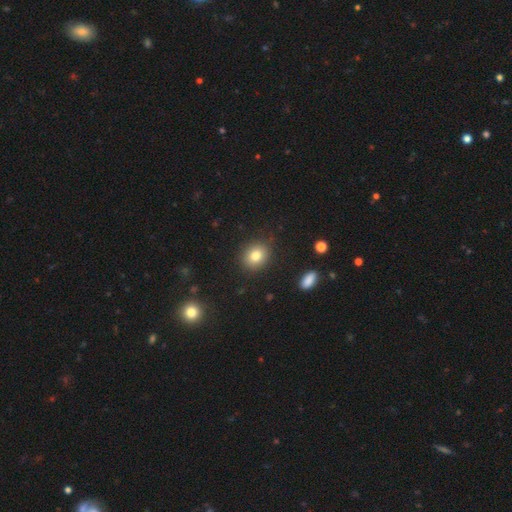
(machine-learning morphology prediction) type=smooth (81%); roundness=round (65%); merging=none (86%).